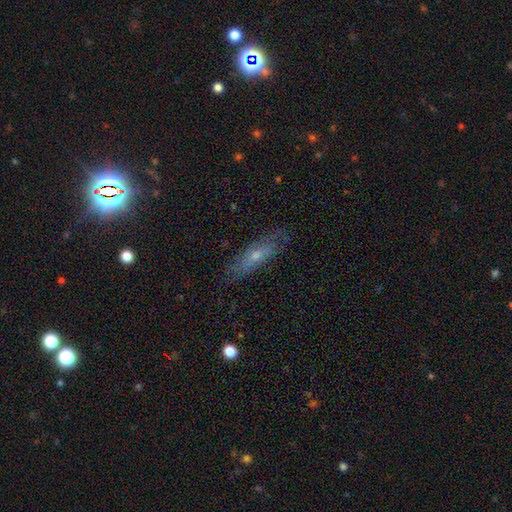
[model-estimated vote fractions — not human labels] The model was most divided on "smooth or featured": smooth: 47%, featured or disk: 45%, star or artifact: 8%. More confident: merging — none (77%).